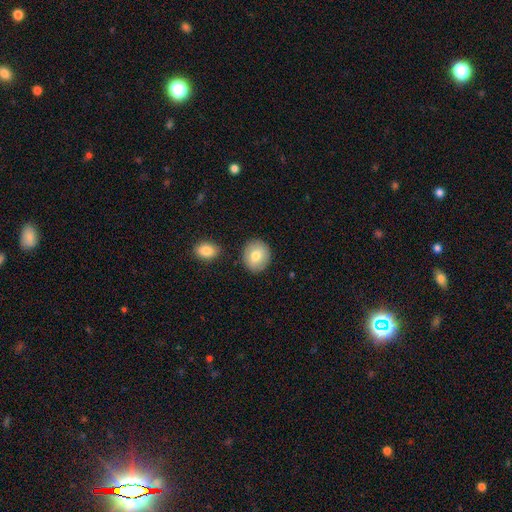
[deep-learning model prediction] Morphology: type=smooth (79%); roundness=round (75%); merging=none (84%).